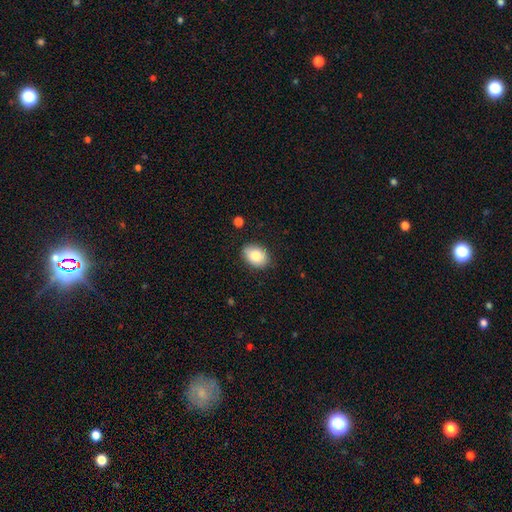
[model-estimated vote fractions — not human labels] Smooth or featured? Predicted: smooth (p=0.83). How rounded? Predicted: in between (p=0.78). Merging? Predicted: none (p=0.84).